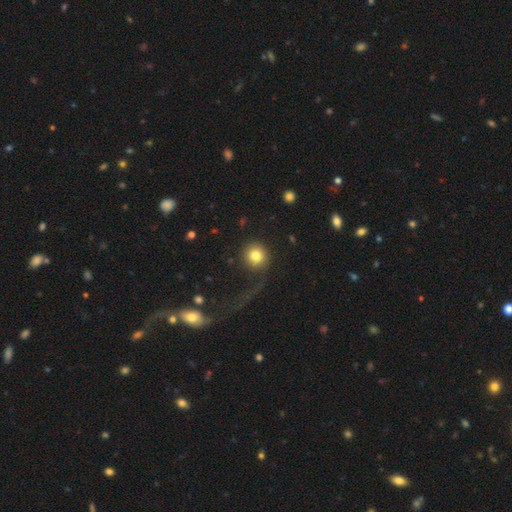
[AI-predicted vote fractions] Overall: smooth (80%). How rounded: round (94%). Merging: none (70%).